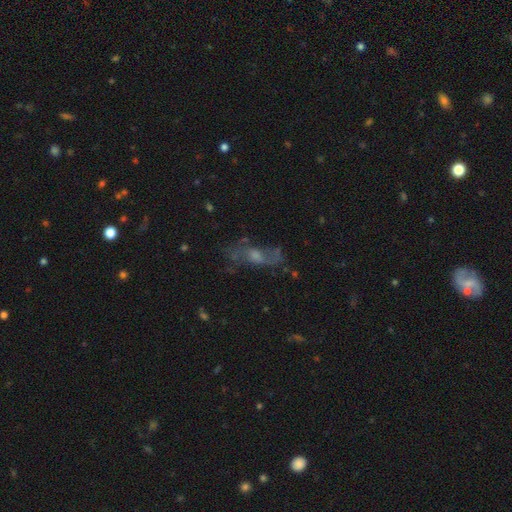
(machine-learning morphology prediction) type=featured or disk (56%); edge-on=no (79%); merging=none (58%).